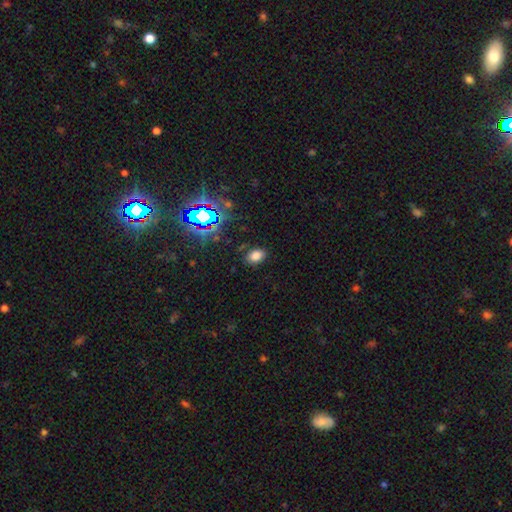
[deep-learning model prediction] The model was most divided on "smooth or featured": smooth: 73%, star or artifact: 21%, featured or disk: 7%. More confident: merging — none (83%); how rounded — in between (82%).